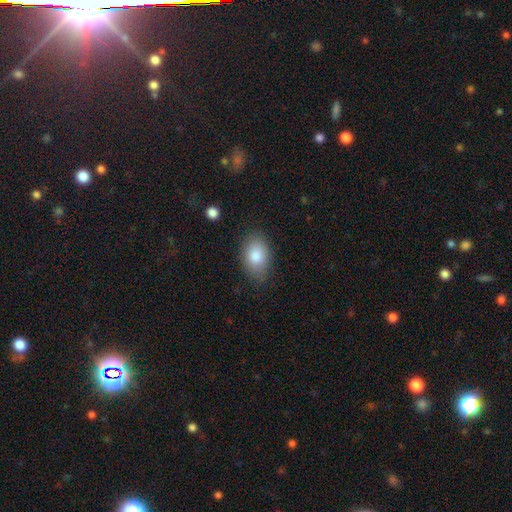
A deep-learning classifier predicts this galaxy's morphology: This is clearly a smooth galaxy (83%). How rounded: clearly in between (86%). Merging: clearly none (81%).